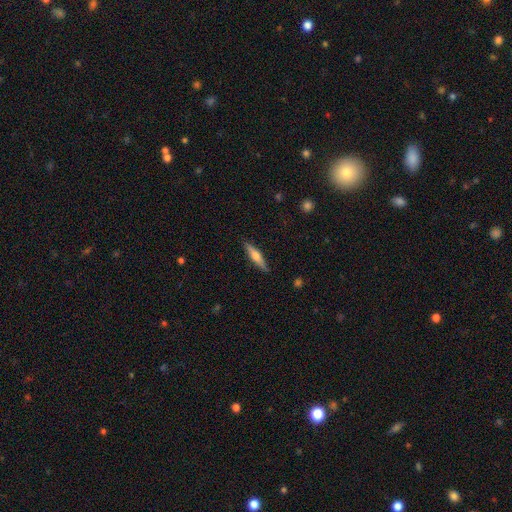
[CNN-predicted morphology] type=featured or disk (53%); edge-on=yes (96%); edge-on bulge=rounded (87%); merging=none (89%).